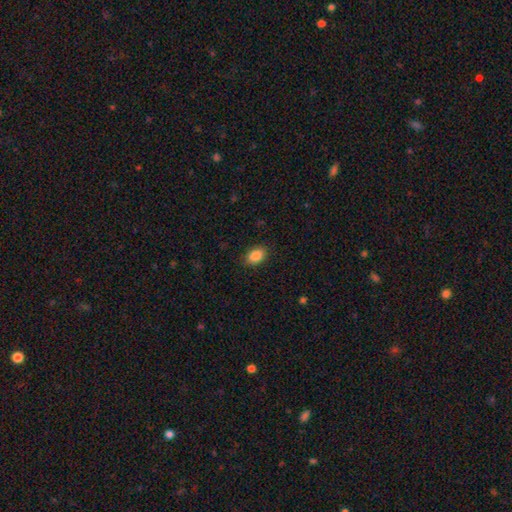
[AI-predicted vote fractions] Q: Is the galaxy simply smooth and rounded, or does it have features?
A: smooth — 88%.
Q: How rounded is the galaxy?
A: in between — 86%.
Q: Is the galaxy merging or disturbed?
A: none — 88%.